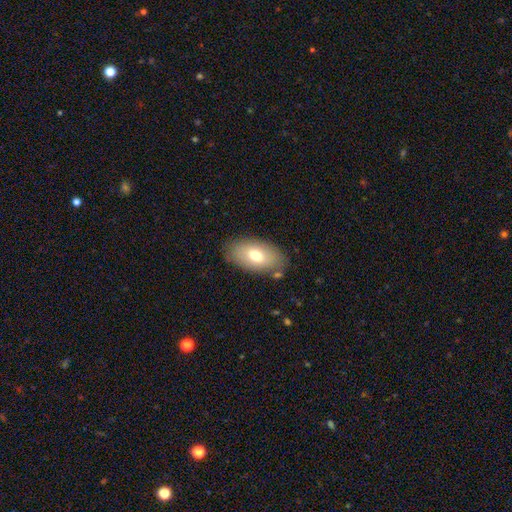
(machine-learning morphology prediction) Smooth or featured: smooth — 70% (featured or disk — 23%)
How rounded: in between — 93% (round — 4%)
Merging: none — 80% (minor disturbance — 13%)